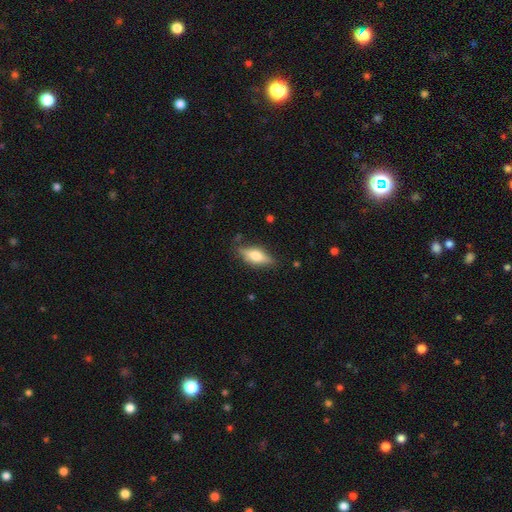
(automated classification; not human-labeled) smooth 47%, featured or disk 46%, star or artifact 7%. Down the decision tree: merging — none (77%).